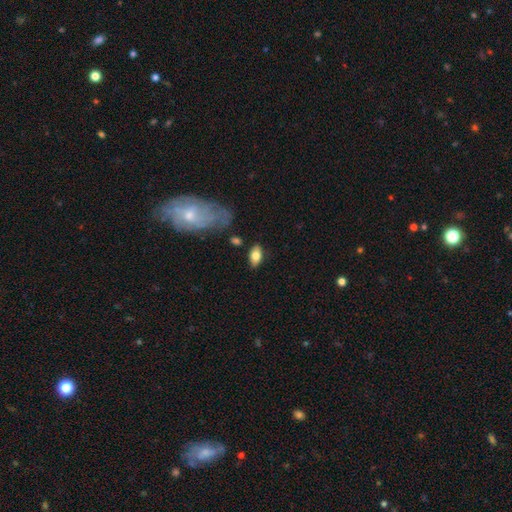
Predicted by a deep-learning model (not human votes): This appears to be a smooth galaxy with no disk features (73%) that is in between round and cigar-shaped (90%). Merging: none (81%).